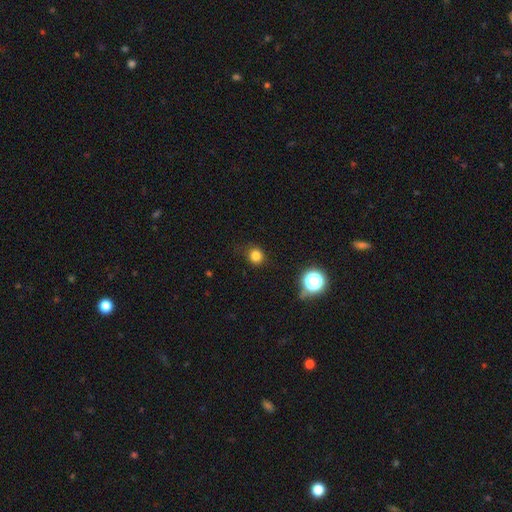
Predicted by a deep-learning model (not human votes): Smooth or featured? Predicted: smooth (p=0.80). How rounded? Predicted: round (p=0.88). Merging? Predicted: none (p=0.83).